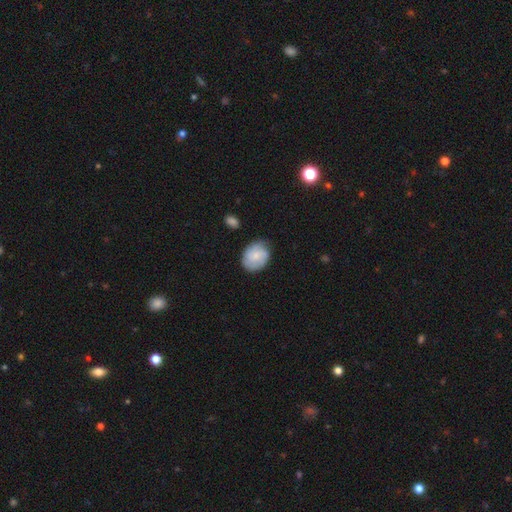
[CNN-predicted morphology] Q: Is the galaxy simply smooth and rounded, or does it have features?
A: smooth — 58%.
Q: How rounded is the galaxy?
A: round — 50%.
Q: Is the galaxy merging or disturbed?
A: none — 72%.